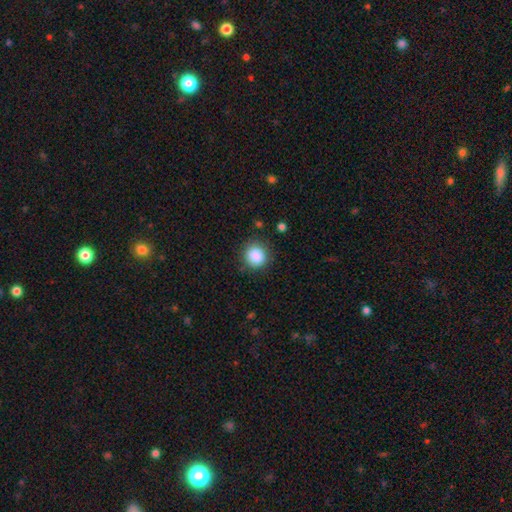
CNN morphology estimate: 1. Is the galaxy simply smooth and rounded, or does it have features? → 86% smooth, 10% star or artifact, 4% featured or disk.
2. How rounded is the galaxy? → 87% round, 12% in between, 1% cigar-shaped.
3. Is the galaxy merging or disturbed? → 85% none, 10% minor disturbance, 3% major disturbance, 2% merger.